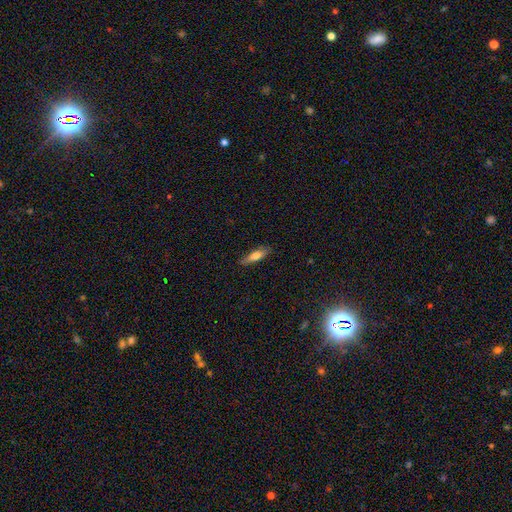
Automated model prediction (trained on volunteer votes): Smooth or featured: smooth — 65% (featured or disk — 28%)
How rounded: cigar-shaped — 64% (in between — 34%)
Merging: none — 83% (minor disturbance — 13%)